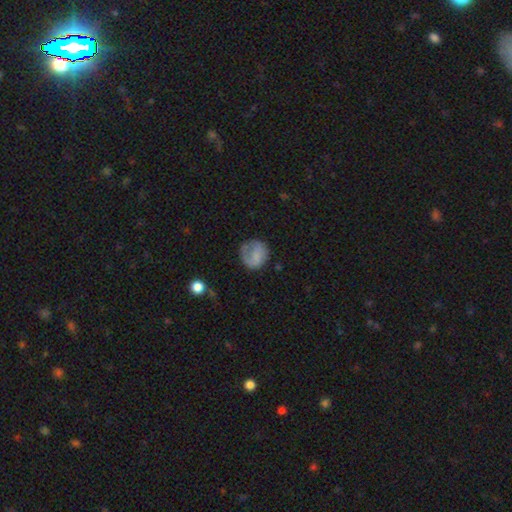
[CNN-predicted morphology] Smooth or featured: smooth — 66% (featured or disk — 26%)
How rounded: round — 83% (in between — 16%)
Merging: none — 58% (minor disturbance — 24%)